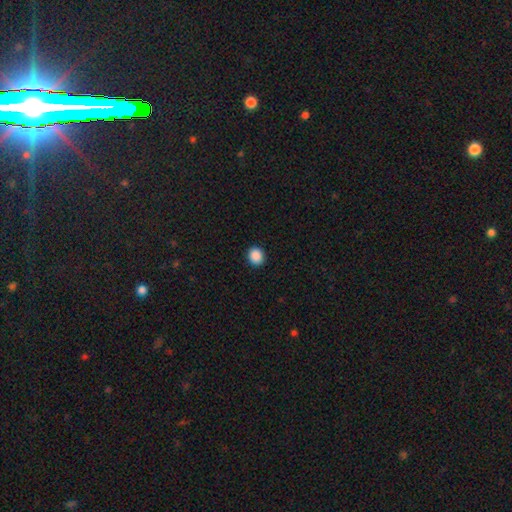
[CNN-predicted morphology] Smooth or featured?
  - smooth: 89% *
  - star or artifact: 9%
  - featured or disk: 2%
How rounded?
  - round: 78% *
  - in between: 21%
  - cigar-shaped: 1%
Merging?
  - none: 92% *
  - minor disturbance: 5%
  - major disturbance: 2%
  - merger: 1%